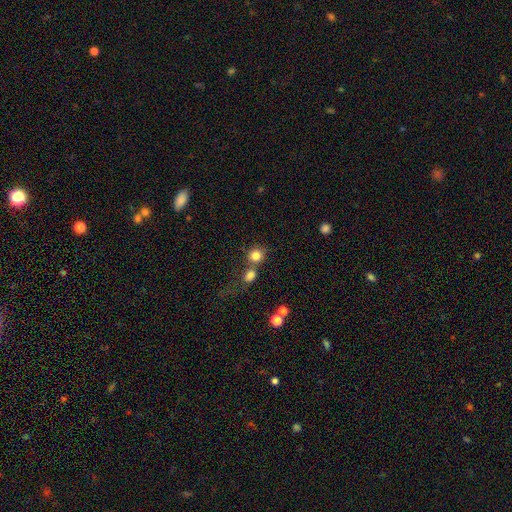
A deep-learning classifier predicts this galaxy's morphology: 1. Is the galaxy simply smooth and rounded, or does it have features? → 81% smooth, 11% star or artifact, 8% featured or disk.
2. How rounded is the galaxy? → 83% round, 16% in between, 1% cigar-shaped.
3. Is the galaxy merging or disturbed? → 49% none, 36% merger, 9% minor disturbance, 6% major disturbance.